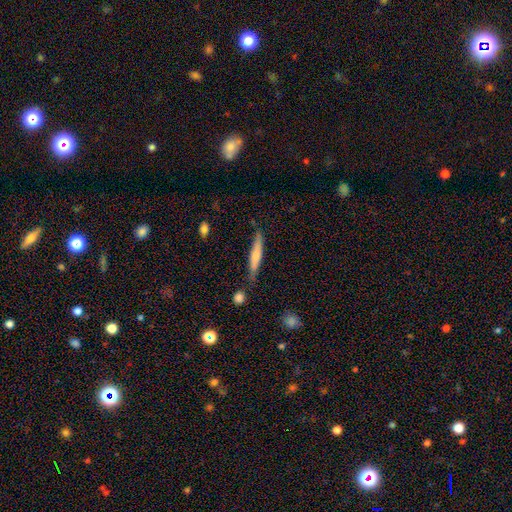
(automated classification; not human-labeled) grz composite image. It shows a smooth galaxy with no disk features (64%) that is cigar-shaped (91%). Merging: none (71%).